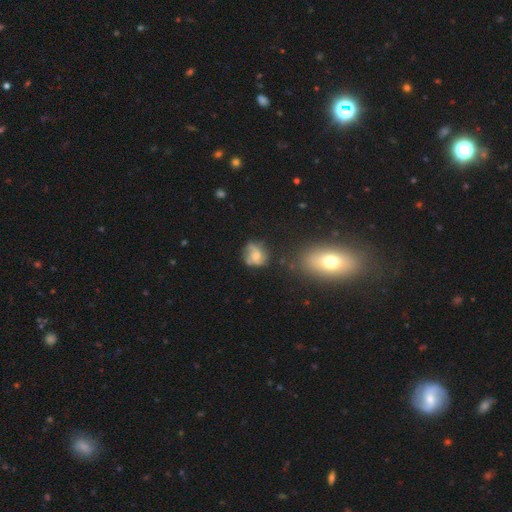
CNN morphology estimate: A featured or disk galaxy (48%). Merging: none (53%).